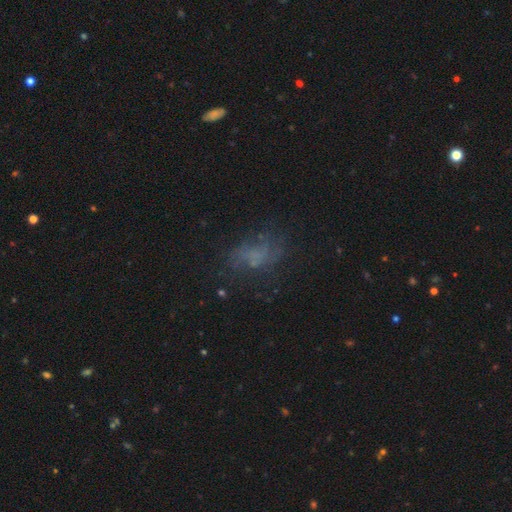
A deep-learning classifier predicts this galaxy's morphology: This appears to be a smooth galaxy with no disk features (43%). Merging: none (55%).